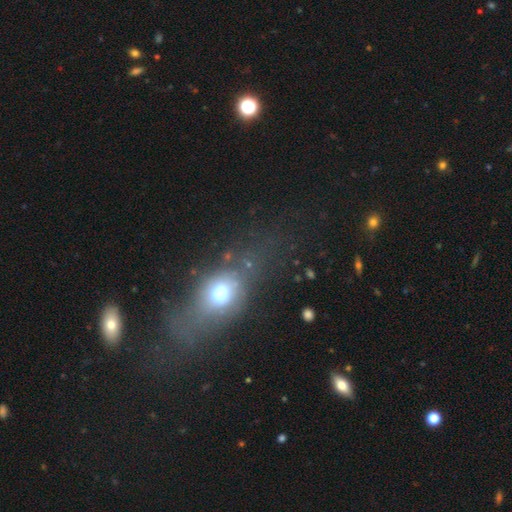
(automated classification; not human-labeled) Smooth or featured? Predicted: smooth (p=0.48). Merging? Predicted: none (p=0.64).